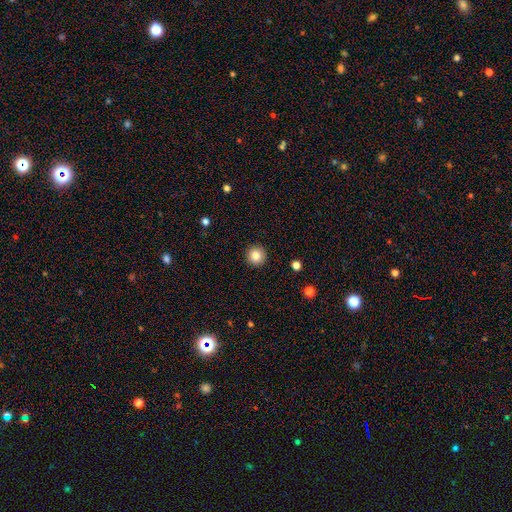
smooth 87%, featured or disk 8%, star or artifact 5%. Down the decision tree: how rounded — round (94%); merging — none (94%).